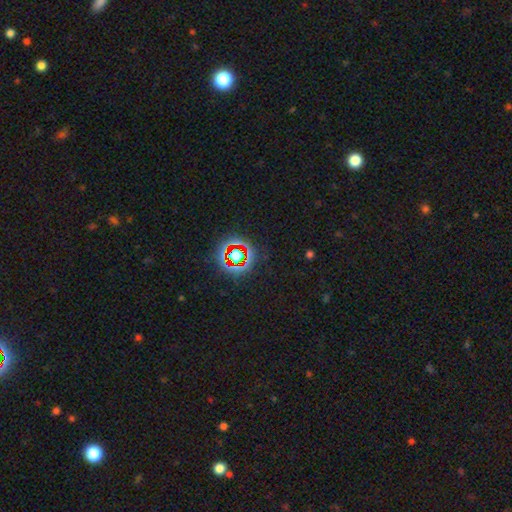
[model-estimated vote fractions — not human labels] Q: Smooth or featured?
A: star or artifact (71%); runner-up: smooth (15%)